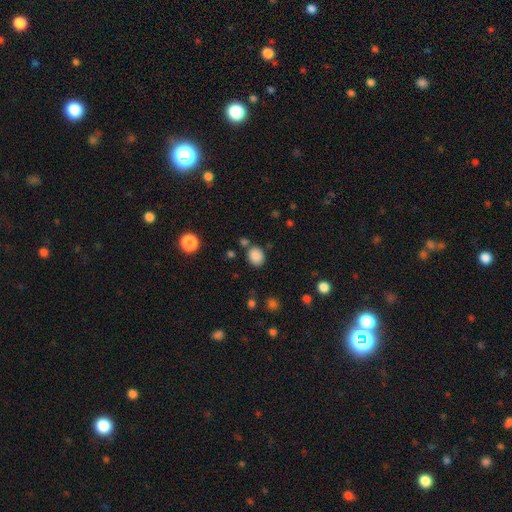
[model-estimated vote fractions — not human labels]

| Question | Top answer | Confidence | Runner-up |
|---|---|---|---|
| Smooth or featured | smooth | 86% | star or artifact (10%) |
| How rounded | round | 60% | in between (40%) |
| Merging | none | 76% | minor disturbance (13%) |